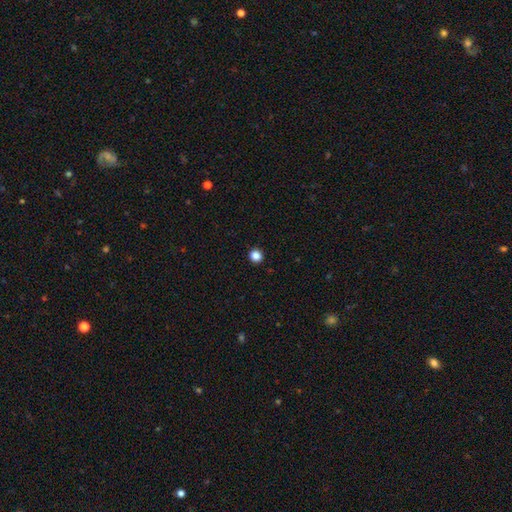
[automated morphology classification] This is clearly a smooth galaxy (86%). How rounded: clearly round (92%). Merging: clearly none (94%).